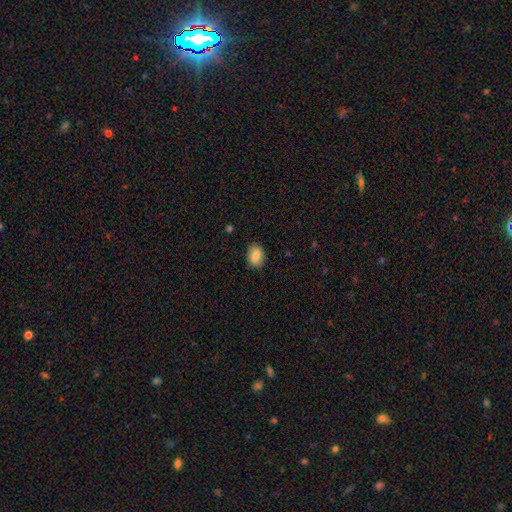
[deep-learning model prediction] Smooth or featured?
  - smooth: 82% *
  - featured or disk: 10%
  - star or artifact: 8%
How rounded?
  - in between: 65% *
  - round: 34%
  - cigar-shaped: 1%
Merging?
  - none: 86% *
  - minor disturbance: 11%
  - major disturbance: 2%
  - merger: 1%